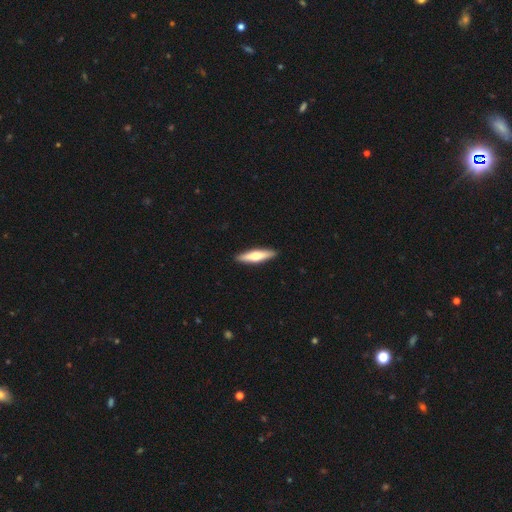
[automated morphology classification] A smooth galaxy with no disk features (54%) that is cigar-shaped (79%). Merging: none (91%).